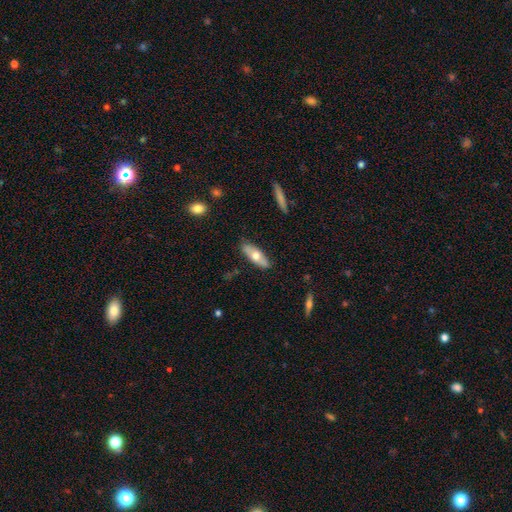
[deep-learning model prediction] Smooth or featured: smooth — 56% (featured or disk — 38%)
How rounded: in between — 59% (cigar-shaped — 39%)
Merging: none — 86% (minor disturbance — 11%)